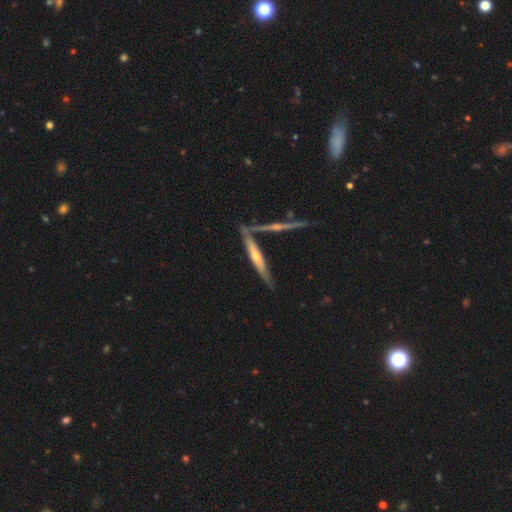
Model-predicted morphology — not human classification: Smooth or featured? Predicted: featured or disk (p=0.72). Edge-on disk? Predicted: yes (p=0.92). Edge-on bulge? Predicted: rounded (p=0.75). Merging? Predicted: none (p=0.69).